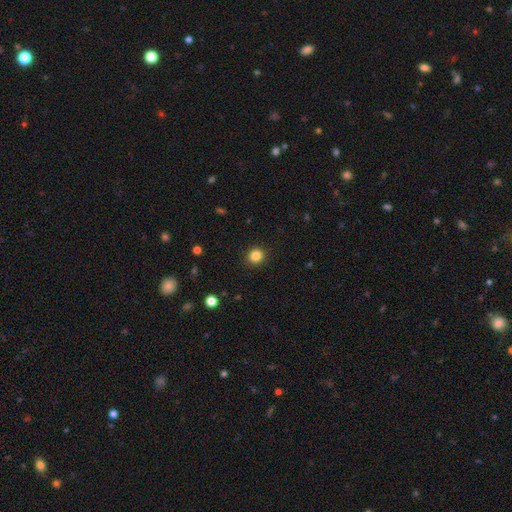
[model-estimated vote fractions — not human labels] A smooth galaxy with no disk features (84%) that is round (89%). Merging: none (92%).